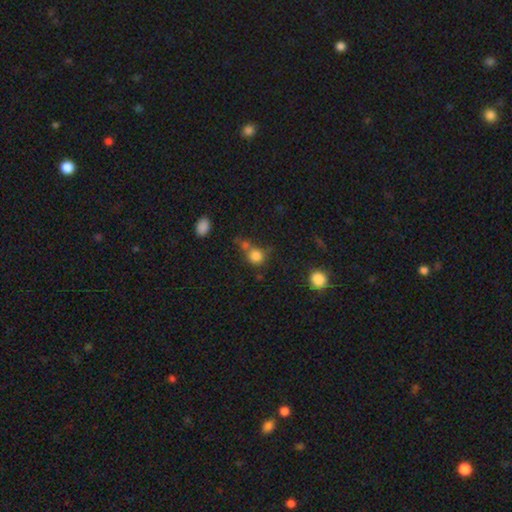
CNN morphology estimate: This is clearly a smooth galaxy (81%). How rounded: clearly round (85%). Merging: possibly none (53%).